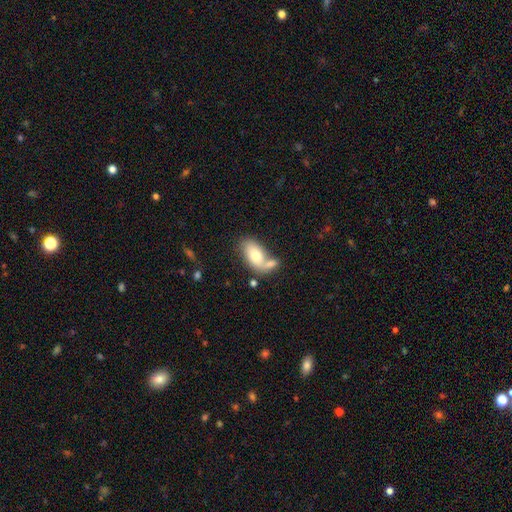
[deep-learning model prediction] Smooth or featured: smooth — 71% (featured or disk — 23%)
How rounded: in between — 91% (round — 5%)
Merging: merger — 40% (none — 39%)